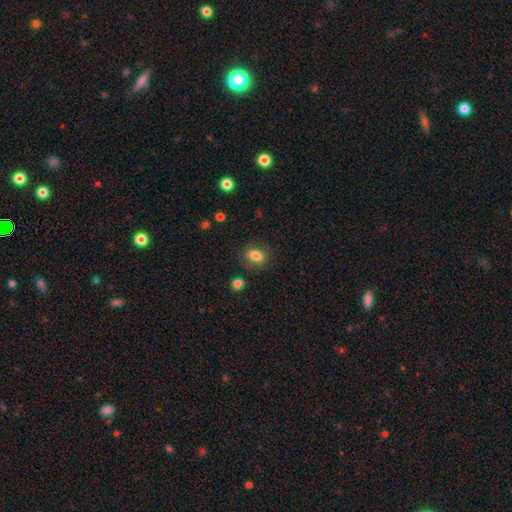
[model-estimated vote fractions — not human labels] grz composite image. It shows a smooth galaxy with no disk features (82%) that is in between round and cigar-shaped (69%). Merging: none (81%).